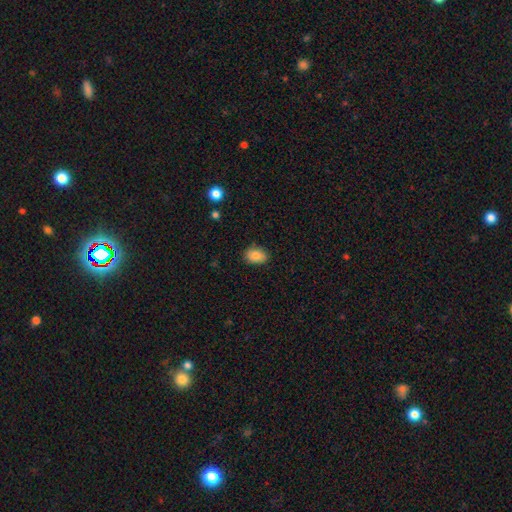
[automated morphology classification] A smooth galaxy with no disk features (86%) that is in between round and cigar-shaped (80%). Merging: none (84%).